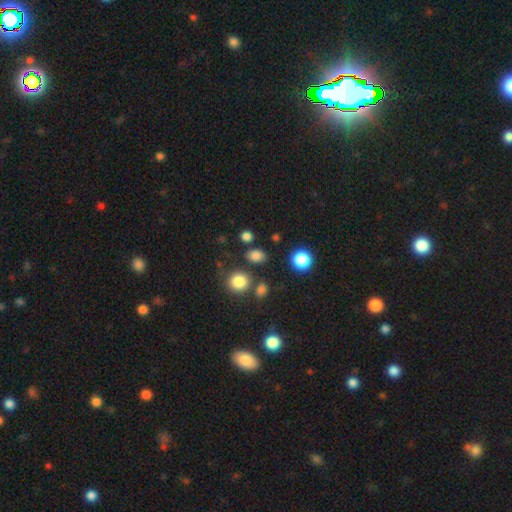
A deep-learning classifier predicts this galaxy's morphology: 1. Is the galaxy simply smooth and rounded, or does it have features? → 81% smooth, 14% star or artifact, 5% featured or disk.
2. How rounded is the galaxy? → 53% in between, 46% round, 1% cigar-shaped.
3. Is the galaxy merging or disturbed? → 80% none, 10% minor disturbance, 7% merger, 4% major disturbance.